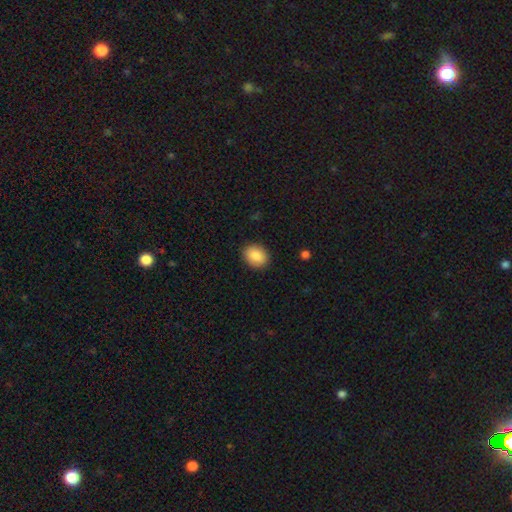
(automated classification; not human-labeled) smooth_or_featured: smooth (p=0.87) [alt: star or artifact p=0.07]
how_rounded: in between (p=0.58) [alt: round p=0.41]
merging: none (p=0.89) [alt: minor disturbance p=0.08]